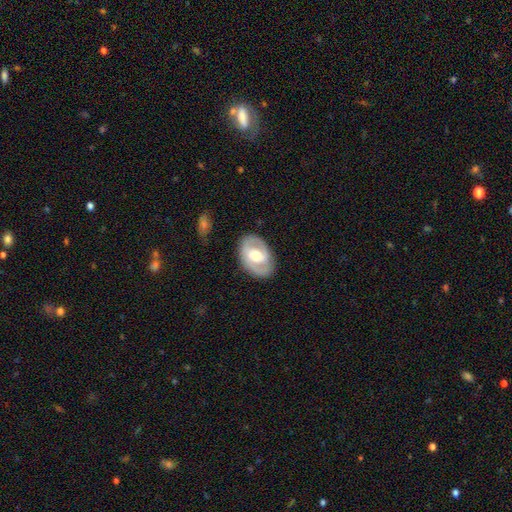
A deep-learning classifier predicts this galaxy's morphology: smooth-or-featured: featured or disk: 72% | smooth: 23% | star or artifact: 5%
  disk-edge-on: no: 95% | yes: 5%
    bar: weak: 44% | no: 36% | strong: 19%
    has-spiral-arms: yes: 78% | no: 22%
      spiral-winding: medium: 46% | tight: 39% | loose: 16%
      spiral-arm-count: 2: 82% | can't tell: 11% | 1: 3% | 3: 2% | 4: 1% | more than 4: 1%
    bulge-size: moderate: 69% | small: 21% | large: 8% | none: 1% | dominant: 1%
  merging: none: 82% | minor disturbance: 12% | major disturbance: 4% | merger: 1%